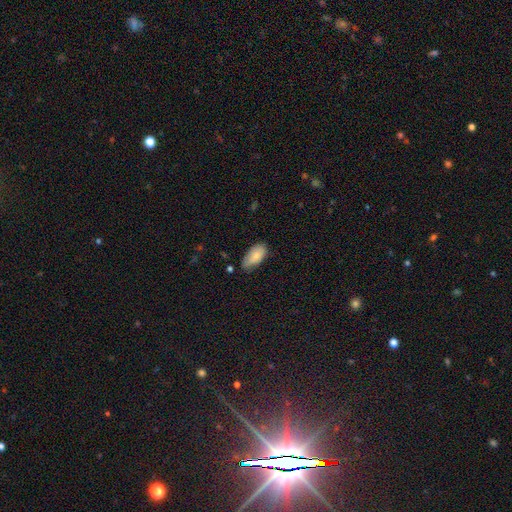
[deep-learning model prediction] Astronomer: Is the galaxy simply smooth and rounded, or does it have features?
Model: smooth — 83%.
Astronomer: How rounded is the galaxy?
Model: in between — 93%.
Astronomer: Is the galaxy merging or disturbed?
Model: none — 61%.